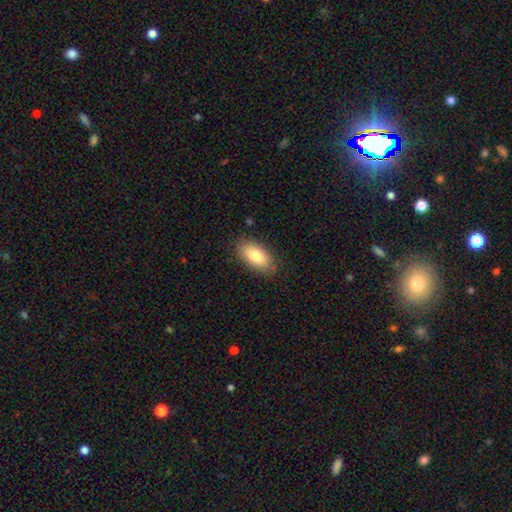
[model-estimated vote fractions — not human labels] Smooth or featured? Predicted: smooth (p=0.80). How rounded? Predicted: in between (p=0.93). Merging? Predicted: none (p=0.85).